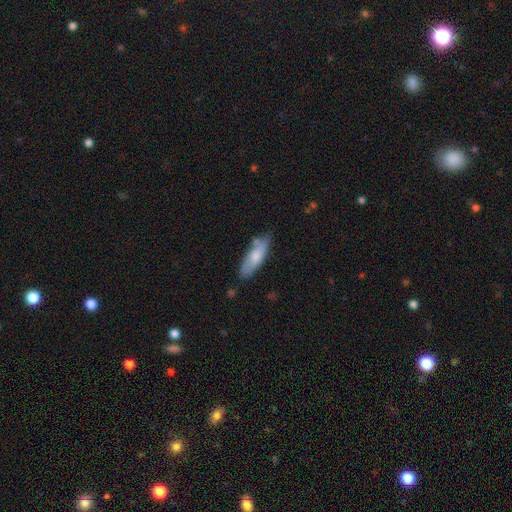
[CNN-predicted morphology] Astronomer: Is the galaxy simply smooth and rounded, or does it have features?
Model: smooth — 69%.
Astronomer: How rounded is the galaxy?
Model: in between — 50% (runner-up: cigar-shaped, 48%).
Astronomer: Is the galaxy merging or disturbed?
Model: none — 72%.